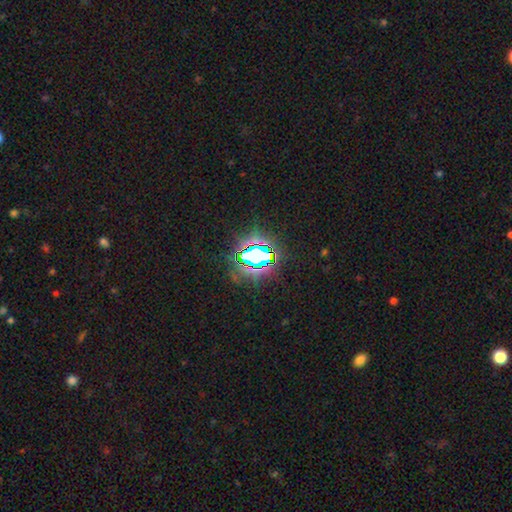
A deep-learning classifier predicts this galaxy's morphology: A star or artifact, not a galaxy (72%).

Vote fractions:
- Smooth or featured? star or artifact: 72% / smooth: 15% / featured or disk: 12%